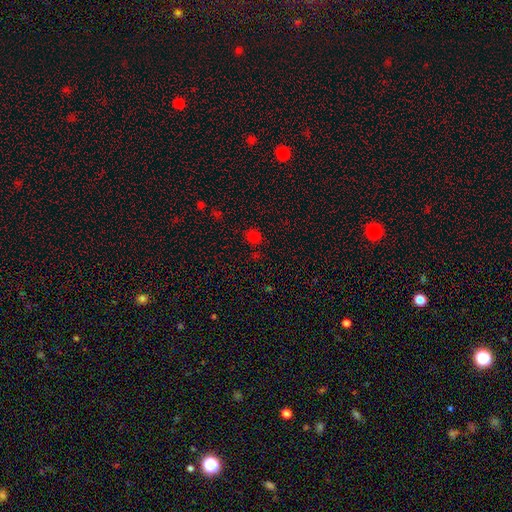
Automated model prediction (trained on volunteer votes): This appears to be a smooth galaxy with no disk features (61%) that is round (80%). Merging: none (79%).